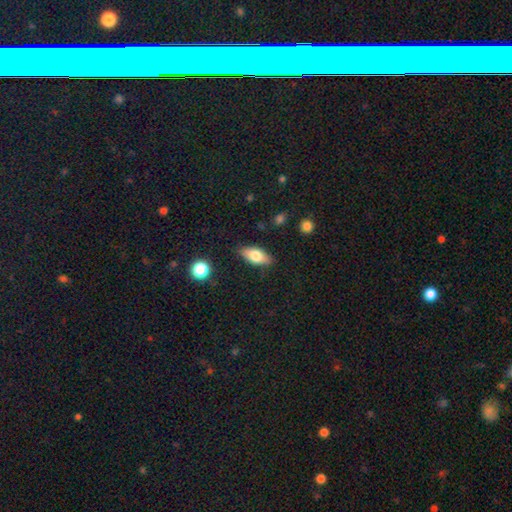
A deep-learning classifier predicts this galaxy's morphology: This is likely a smooth galaxy (73%). How rounded: clearly in between (85%). Merging: clearly none (84%).